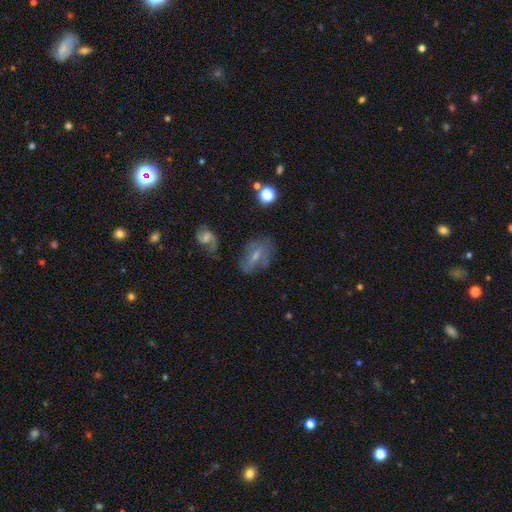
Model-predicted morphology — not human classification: Smooth or featured? featured or disk (52%)
Edge-on disk? no (93%)
Merging? none (56%)